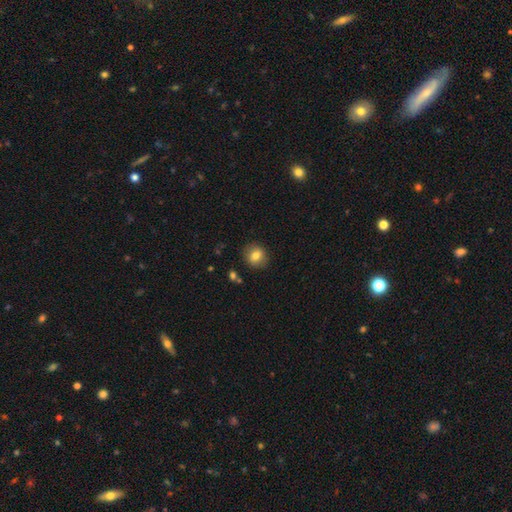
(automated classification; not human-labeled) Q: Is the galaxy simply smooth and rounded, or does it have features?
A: smooth — 78%.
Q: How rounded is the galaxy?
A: round — 80%.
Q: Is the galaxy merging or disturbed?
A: none — 87%.